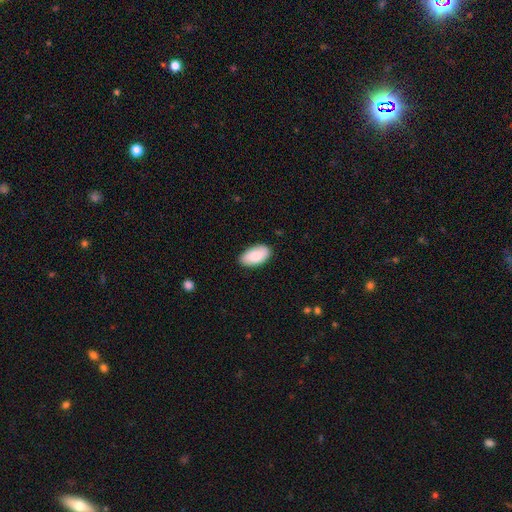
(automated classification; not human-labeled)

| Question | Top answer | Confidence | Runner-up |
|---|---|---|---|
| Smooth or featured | smooth | 85% | featured or disk (9%) |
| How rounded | in between | 95% | round (3%) |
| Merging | none | 84% | minor disturbance (13%) |